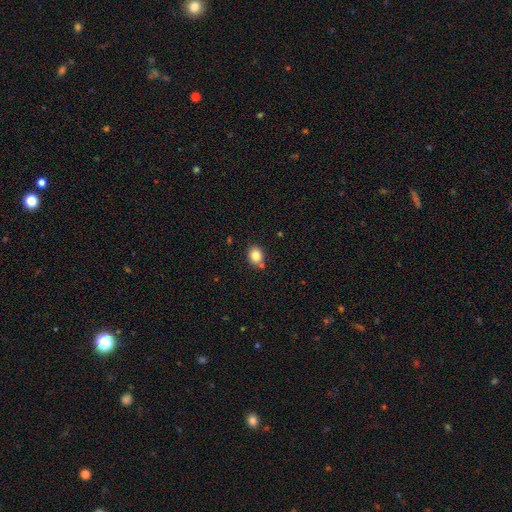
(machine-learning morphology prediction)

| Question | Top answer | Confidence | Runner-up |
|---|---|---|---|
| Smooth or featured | smooth | 83% | star or artifact (10%) |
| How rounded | round | 59% | in between (40%) |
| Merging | none | 78% | minor disturbance (11%) |